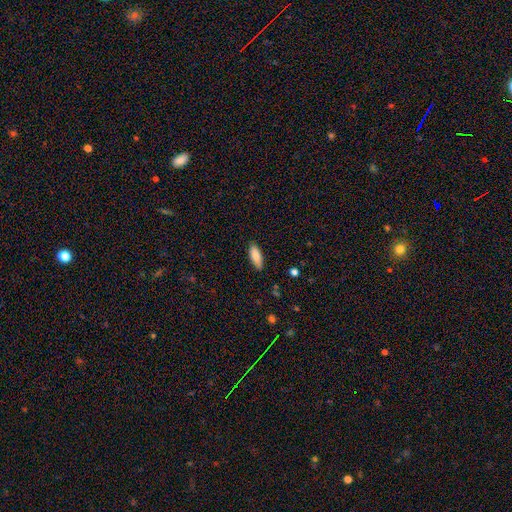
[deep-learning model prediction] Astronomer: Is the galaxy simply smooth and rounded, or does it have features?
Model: smooth — 86%.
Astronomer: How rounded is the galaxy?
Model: in between — 70%.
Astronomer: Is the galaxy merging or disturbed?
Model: none — 85%.